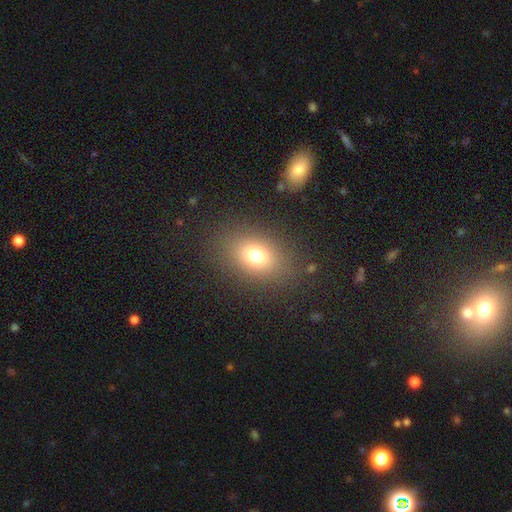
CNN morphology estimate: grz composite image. It shows a smooth galaxy with no disk features (73%) that is in between round and cigar-shaped (64%). Merging: none (84%).